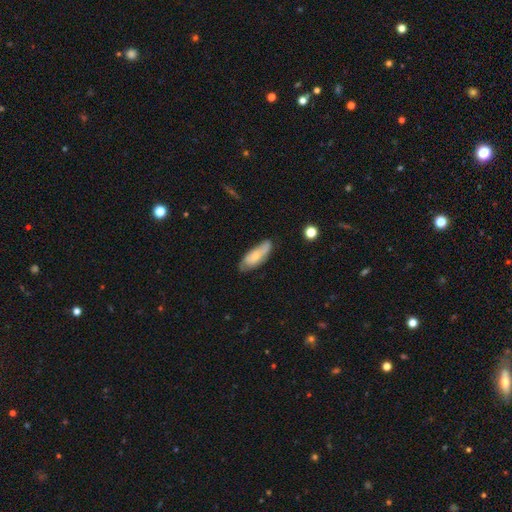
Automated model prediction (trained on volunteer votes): Morphology: type=smooth (55%); roundness=in between (68%); merging=none (63%).